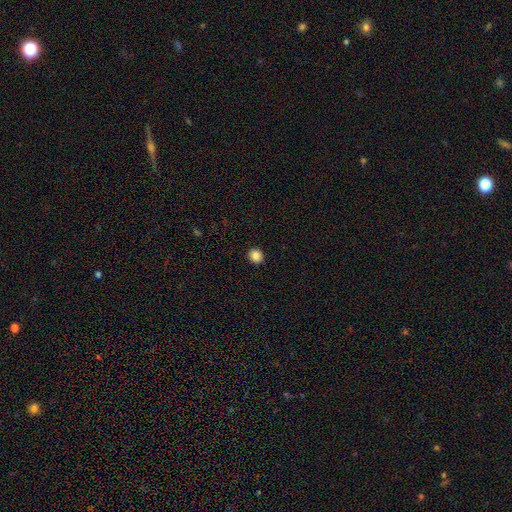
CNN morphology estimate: This appears to be a smooth galaxy with no disk features (85%) that is round (83%). Merging: none (92%).